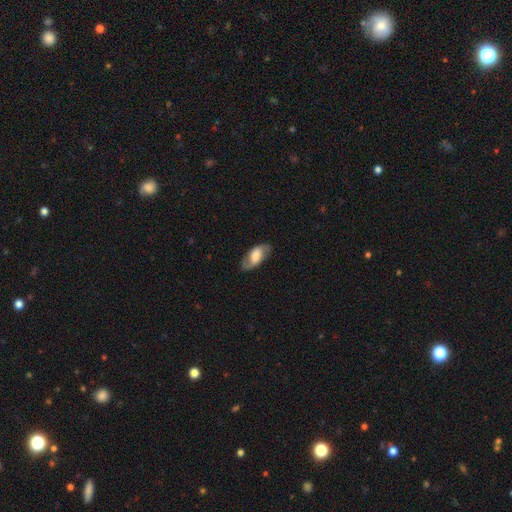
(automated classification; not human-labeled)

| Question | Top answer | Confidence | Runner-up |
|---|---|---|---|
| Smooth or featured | featured or disk | 51% | smooth (42%) |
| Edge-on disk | no | 88% | yes (12%) |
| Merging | none | 78% | minor disturbance (15%) |